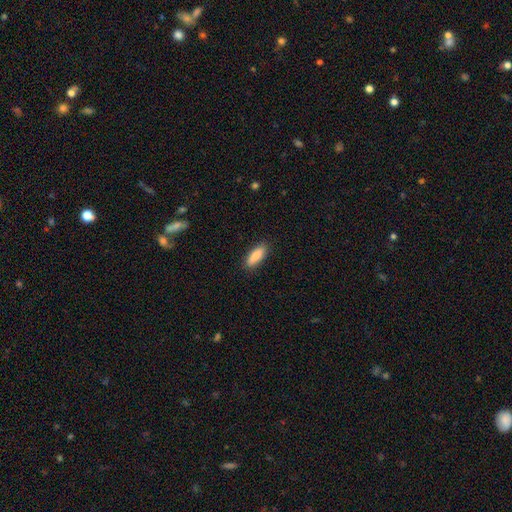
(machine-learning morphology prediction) A smooth galaxy with no disk features (87%) that is in between round and cigar-shaped (65%). Merging: none (89%).